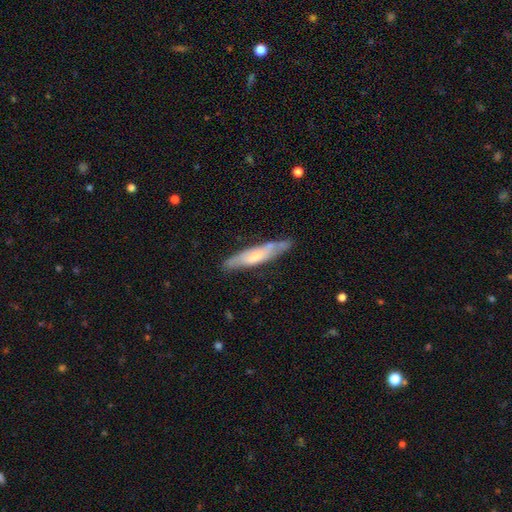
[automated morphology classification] This appears to be a featured or disk galaxy (50%). Merging: none (75%).